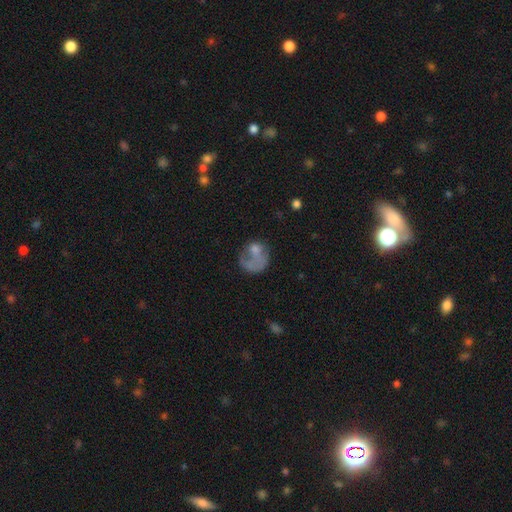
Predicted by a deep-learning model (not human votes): This is possibly a smooth galaxy (48%). Merging: marginally major disturbance (38%).